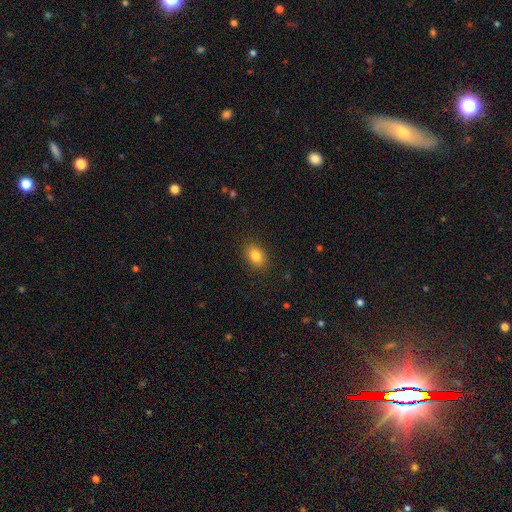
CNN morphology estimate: Smooth or featured? smooth (83%)
How rounded? in between (73%)
Merging? none (88%)